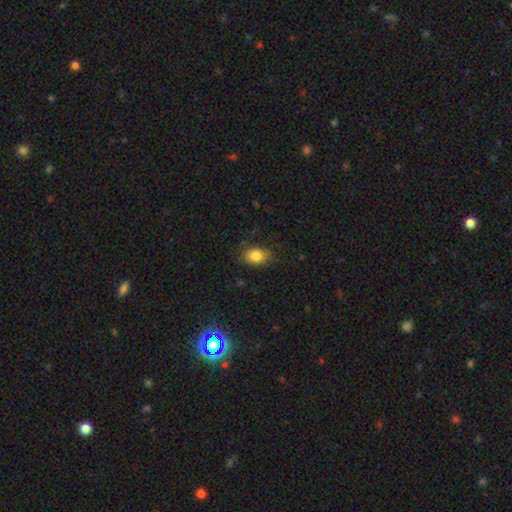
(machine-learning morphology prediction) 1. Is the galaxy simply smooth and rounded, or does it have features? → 84% smooth, 9% star or artifact, 7% featured or disk.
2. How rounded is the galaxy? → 75% in between, 24% round, 1% cigar-shaped.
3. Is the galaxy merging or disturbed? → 80% none, 15% minor disturbance, 4% major disturbance, 1% merger.